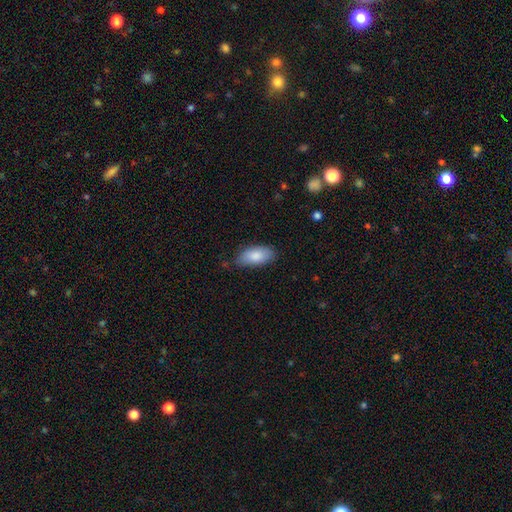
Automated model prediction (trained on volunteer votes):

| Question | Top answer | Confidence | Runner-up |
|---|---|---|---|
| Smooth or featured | smooth | 85% | featured or disk (9%) |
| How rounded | in between | 92% | cigar-shaped (6%) |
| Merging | none | 76% | minor disturbance (19%) |